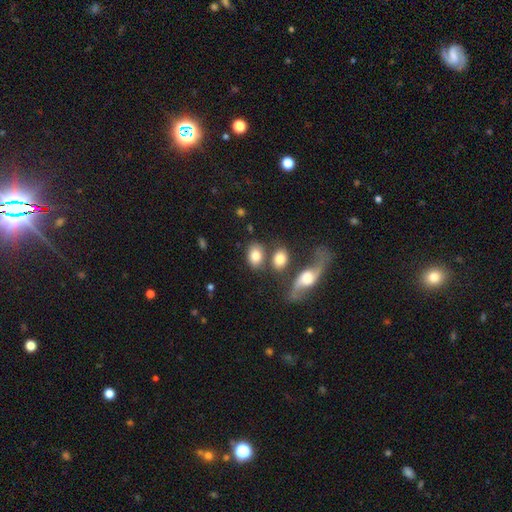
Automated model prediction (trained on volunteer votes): smooth_or_featured: smooth (p=0.76) [alt: featured or disk p=0.16]
how_rounded: in between (p=0.75) [alt: round p=0.23]
merging: none (p=0.61) [alt: merger p=0.20]